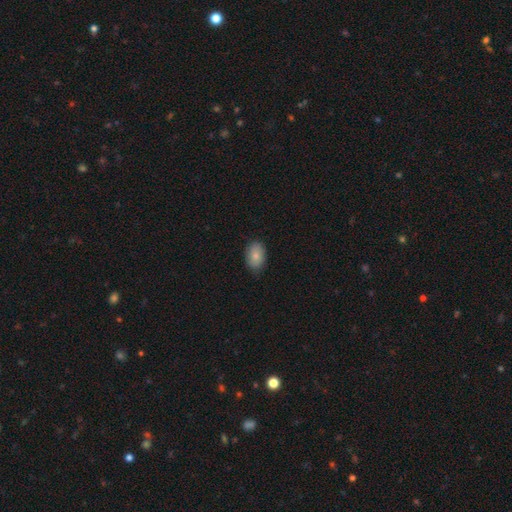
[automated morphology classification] type=smooth (83%); roundness=in between (87%); merging=none (82%).